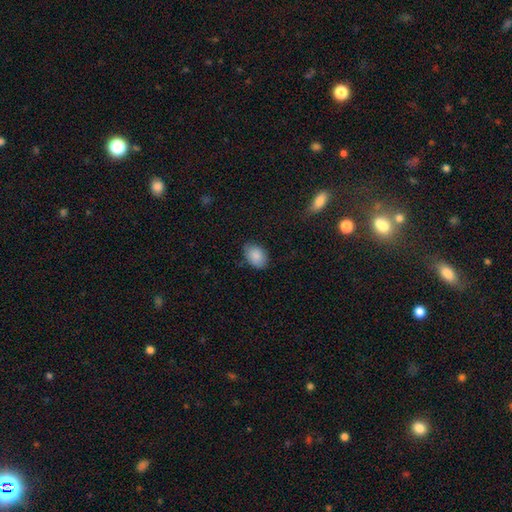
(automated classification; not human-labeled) Smooth or featured: smooth — 87% (star or artifact — 7%)
How rounded: in between — 81% (round — 18%)
Merging: none — 80% (minor disturbance — 16%)